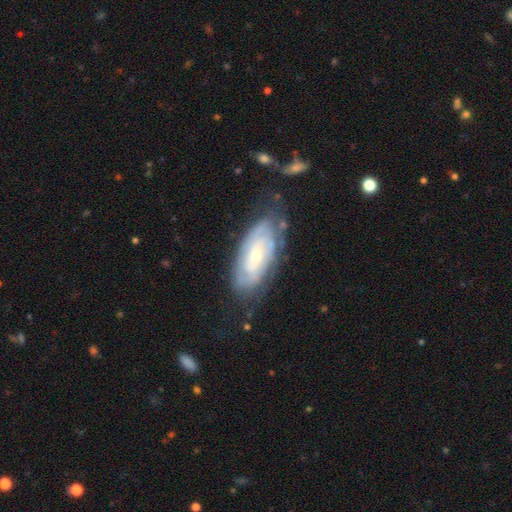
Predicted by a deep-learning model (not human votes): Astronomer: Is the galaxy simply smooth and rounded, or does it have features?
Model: featured or disk — 73%.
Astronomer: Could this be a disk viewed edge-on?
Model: no — 92%.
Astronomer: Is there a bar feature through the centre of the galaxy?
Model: no — 70%.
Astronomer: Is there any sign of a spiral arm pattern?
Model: yes — 86%.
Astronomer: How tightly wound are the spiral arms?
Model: tight — 71%.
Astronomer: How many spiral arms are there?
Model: can't tell — 55%.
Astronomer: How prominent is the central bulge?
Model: small — 62%.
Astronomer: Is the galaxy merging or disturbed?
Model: none — 66%.